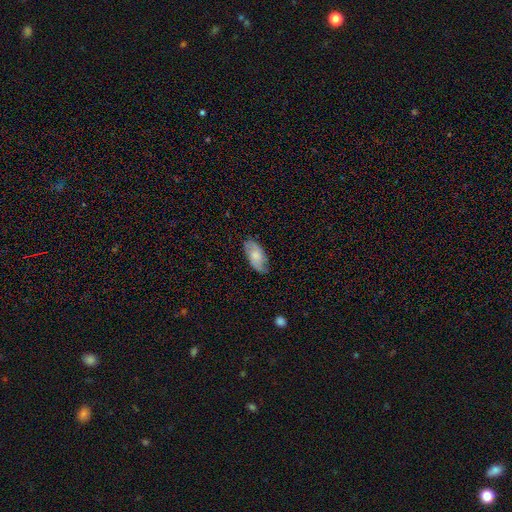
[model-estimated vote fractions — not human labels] A smooth galaxy with no disk features (59%) that is in between round and cigar-shaped (91%).

Vote fractions:
- Smooth or featured? smooth: 59% / featured or disk: 35% / star or artifact: 7%
- How rounded? in between: 91% / cigar-shaped: 6% / round: 3%
- Merging? none: 75% / minor disturbance: 20% / major disturbance: 4% / merger: 1%